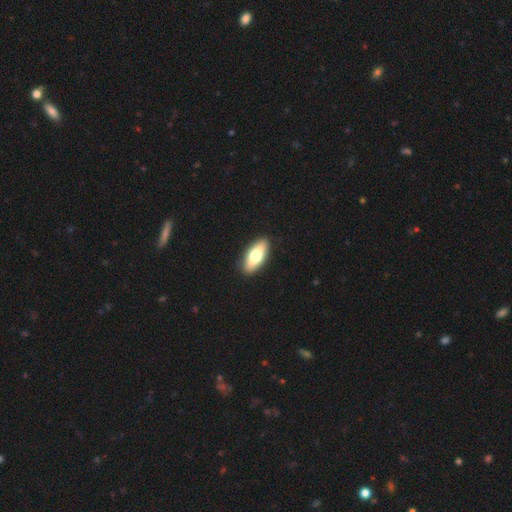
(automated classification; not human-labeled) Smooth or featured? smooth (72%)
How rounded? in between (80%)
Merging? none (91%)